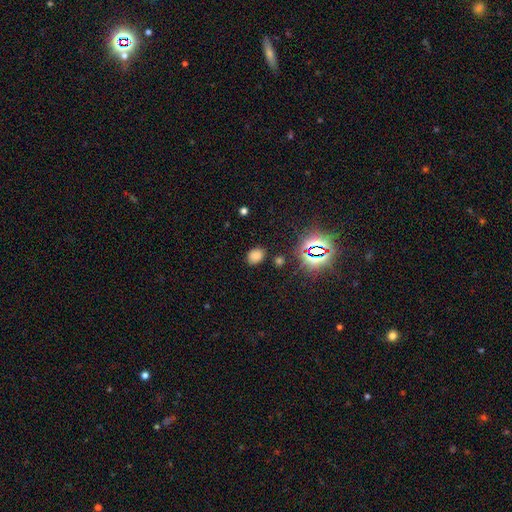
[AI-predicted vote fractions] A smooth galaxy with no disk features (71%) that is in between round and cigar-shaped (63%).

Vote fractions:
- Smooth or featured? smooth: 71% / star or artifact: 23% / featured or disk: 6%
- How rounded? in between: 63% / round: 36% / cigar-shaped: 1%
- Merging? none: 82% / minor disturbance: 11% / major disturbance: 4% / merger: 3%